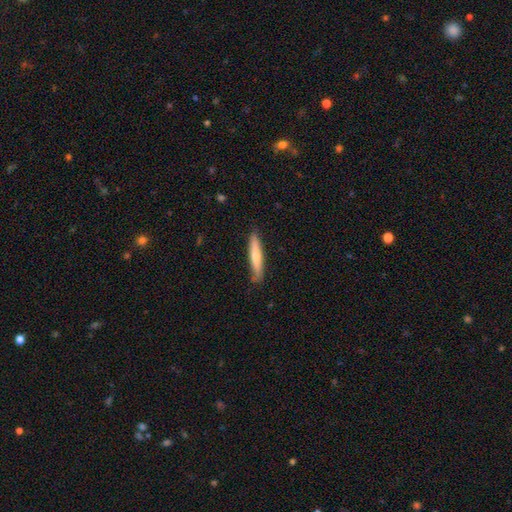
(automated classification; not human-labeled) Smooth or featured? smooth (65%)
How rounded? cigar-shaped (90%)
Merging? none (84%)